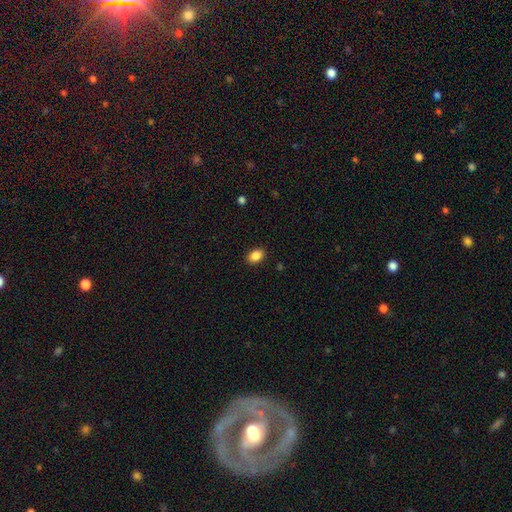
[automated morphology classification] type=smooth (88%); roundness=in between (84%); merging=none (89%).